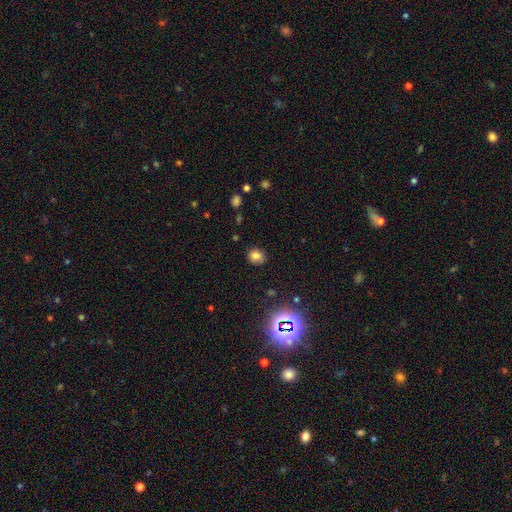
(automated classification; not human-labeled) The model was most divided on "how rounded": round: 69%, in between: 30%, cigar-shaped: 1%. More confident: merging — none (85%); smooth or featured — smooth (75%).